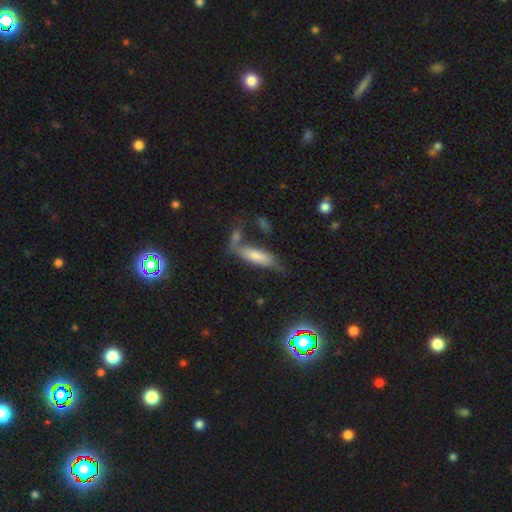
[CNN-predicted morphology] A smooth galaxy with no disk features (57%) that is cigar-shaped (49%). Merging: none (40%).